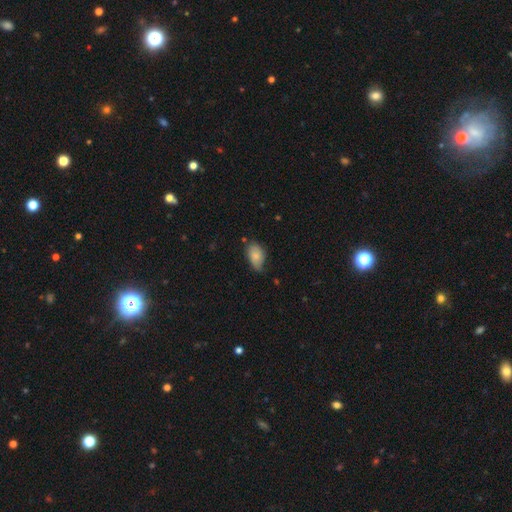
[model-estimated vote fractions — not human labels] This appears to be a smooth galaxy with no disk features (79%) that is in between round and cigar-shaped (91%). Merging: none (54%).